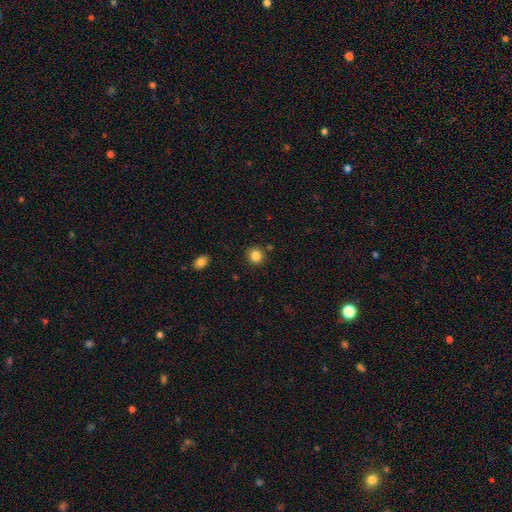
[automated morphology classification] smooth-or-featured: smooth: 84% | star or artifact: 11% | featured or disk: 5%
  how-rounded: round: 89% | in between: 10% | cigar-shaped: 1%
  merging: none: 88% | minor disturbance: 7% | merger: 3% | major disturbance: 2%